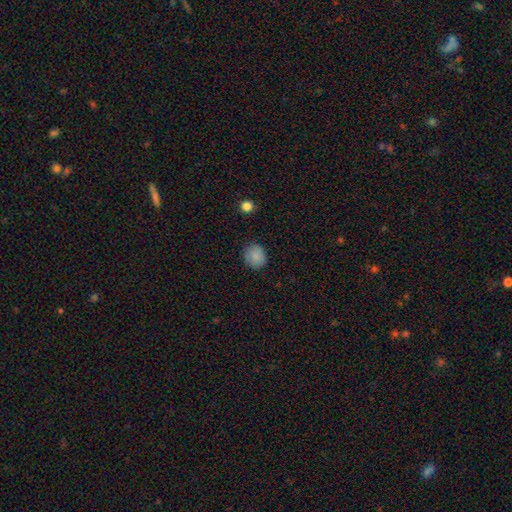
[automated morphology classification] The model was most divided on "how rounded": round: 78%, in between: 21%, cigar-shaped: 1%. More confident: smooth or featured — smooth (87%); merging — none (86%).